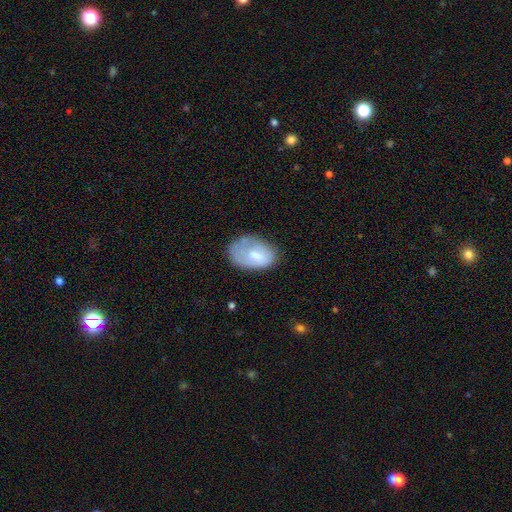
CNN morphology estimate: Smooth or featured? Predicted: smooth (p=0.64). How rounded? Predicted: in between (p=0.88). Merging? Predicted: none (p=0.49).